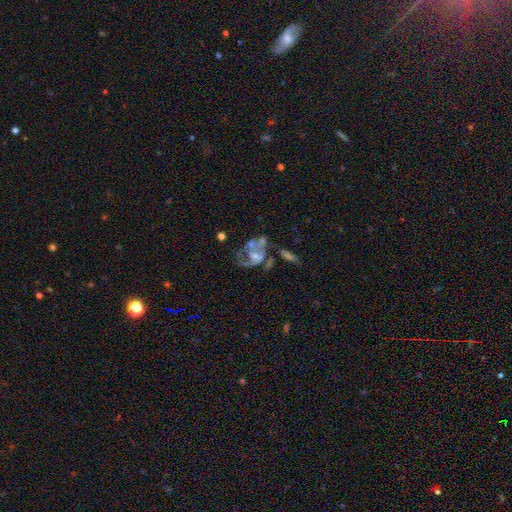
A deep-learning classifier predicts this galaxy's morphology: A featured or disk galaxy (64%) with no bar (69%), no spiral arms (65%) and a moderate central bulge (34%). Merging: major disturbance (34%).